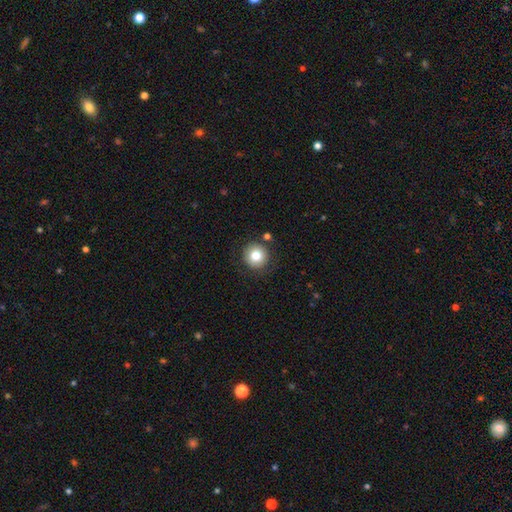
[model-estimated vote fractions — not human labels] smooth-or-featured: smooth: 80% | star or artifact: 11% | featured or disk: 9%
  how-rounded: round: 95% | in between: 4% | cigar-shaped: 1%
  merging: none: 86% | minor disturbance: 8% | merger: 3% | major disturbance: 3%